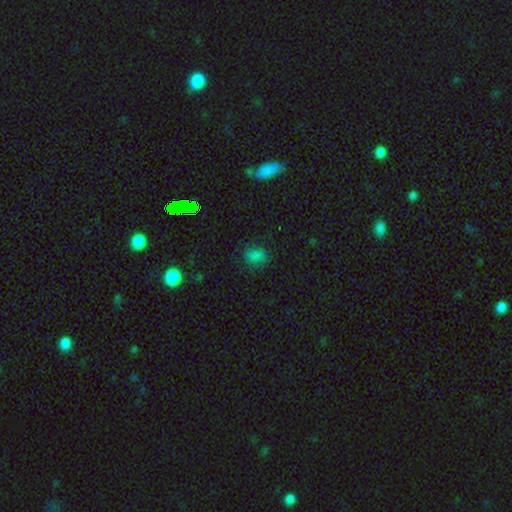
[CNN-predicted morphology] Smooth or featured? Predicted: smooth (p=0.78). How rounded? Predicted: in between (p=0.63). Merging? Predicted: none (p=0.77).